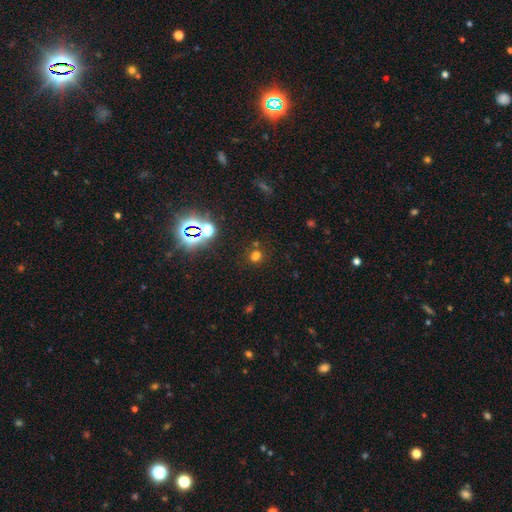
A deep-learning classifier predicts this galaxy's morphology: This is possibly a smooth galaxy (60%). How rounded: likely round (73%). Merging: likely none (73%).